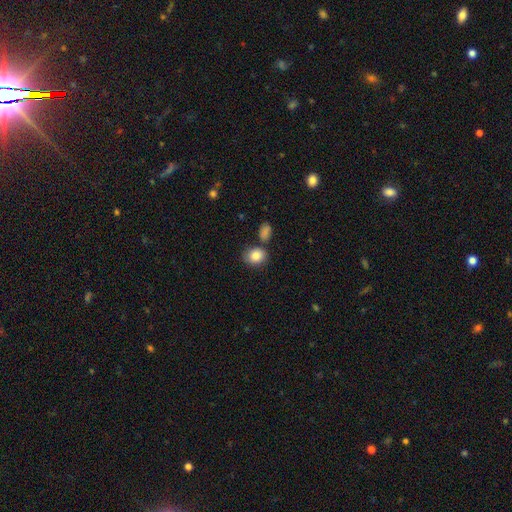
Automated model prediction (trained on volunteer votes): This is clearly a smooth galaxy (86%). How rounded: possibly round (53%). Merging: likely none (68%).